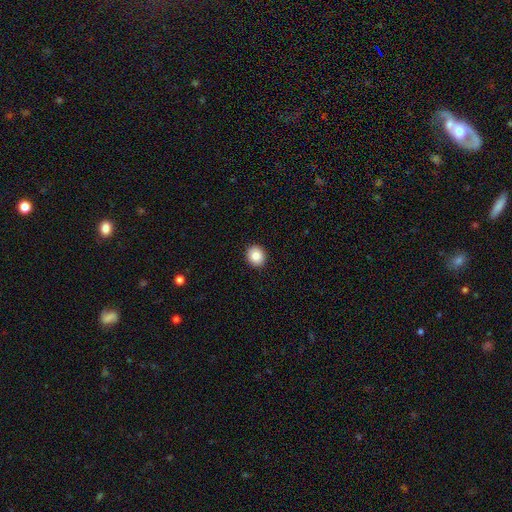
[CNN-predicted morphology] Overall: smooth (85%). How rounded: round (72%). Merging: none (92%).